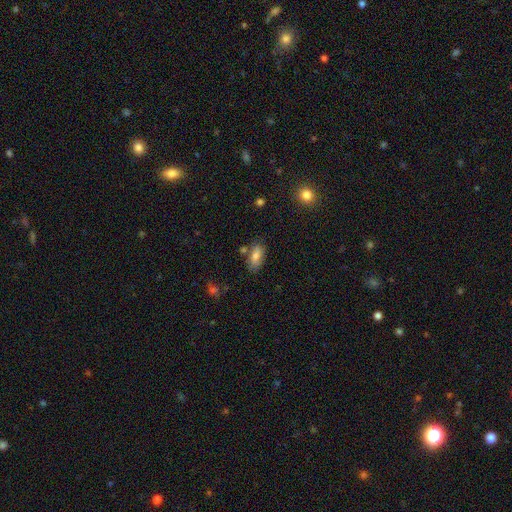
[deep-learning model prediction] This is likely a smooth galaxy (73%). How rounded: clearly in between (88%). Merging: likely none (70%).